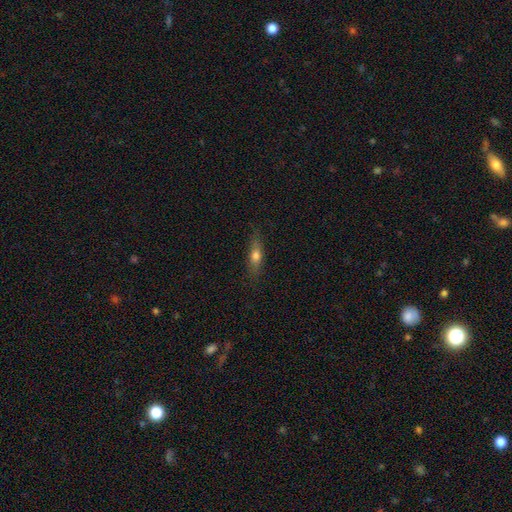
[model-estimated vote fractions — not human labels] Smooth or featured? Predicted: smooth (p=0.61). How rounded? Predicted: cigar-shaped (p=0.56). Merging? Predicted: none (p=0.82).